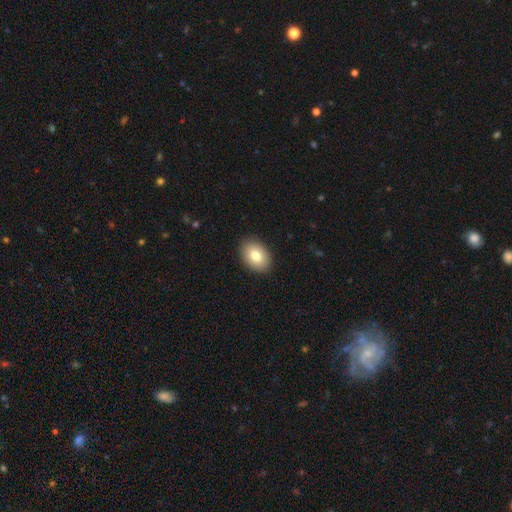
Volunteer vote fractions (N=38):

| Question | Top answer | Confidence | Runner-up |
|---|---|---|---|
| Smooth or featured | smooth | 82% | featured or disk (13%) |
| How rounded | in between | 90% | round (10%) |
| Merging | none | 81% | minor disturbance (14%) |